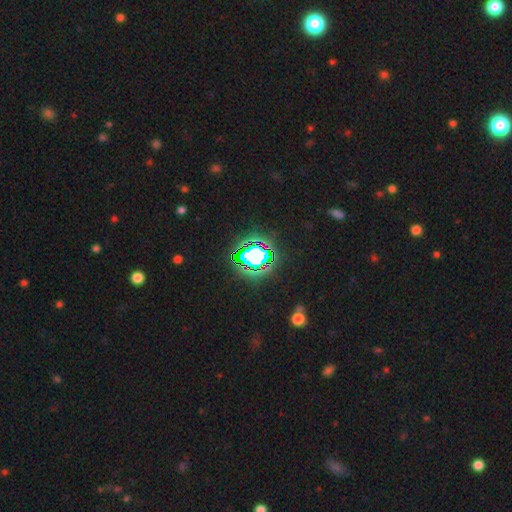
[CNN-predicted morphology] A star or artifact, not a galaxy (82%).